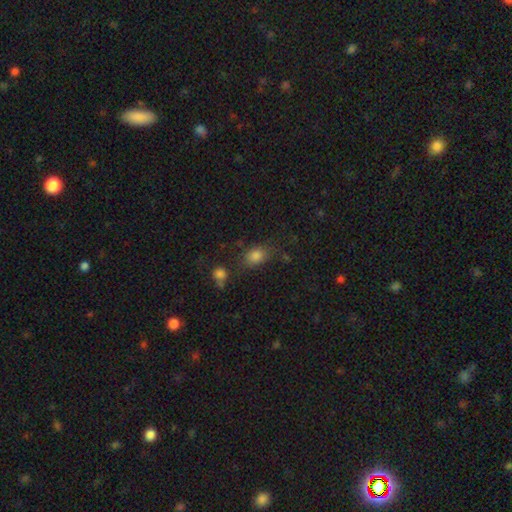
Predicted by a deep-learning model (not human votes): This appears to be a smooth galaxy with no disk features (81%) that is in between round and cigar-shaped (69%). Merging: none (70%).